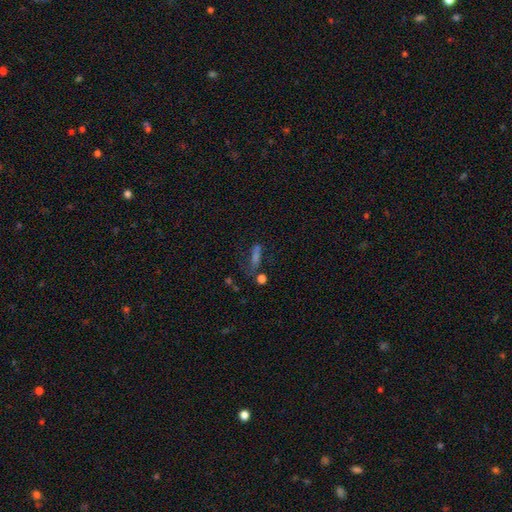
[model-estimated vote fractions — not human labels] This appears to be a smooth galaxy with no disk features (41%). Merging: none (52%).